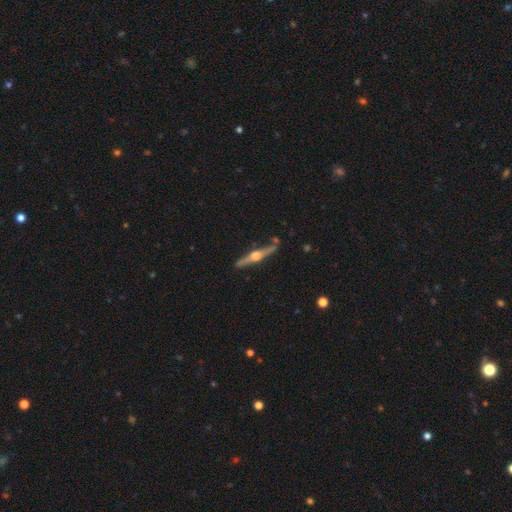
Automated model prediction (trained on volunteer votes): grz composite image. It shows a featured or disk galaxy (82%) viewed edge-on (98%) with a rounded central bulge (95%). Merging: none (86%).